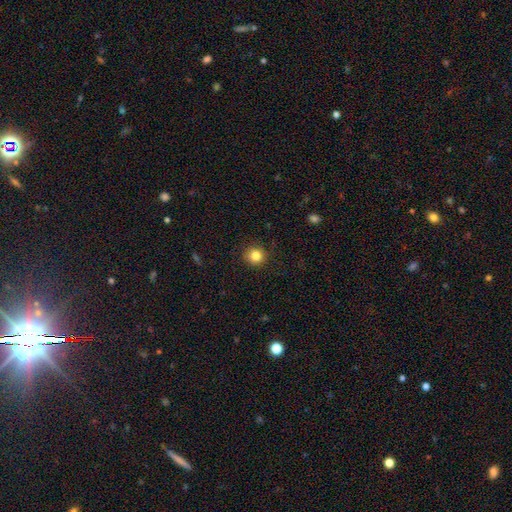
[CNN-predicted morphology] The model was most divided on "smooth or featured": smooth: 83%, star or artifact: 11%, featured or disk: 6%. More confident: how rounded — round (91%); merging — none (88%).